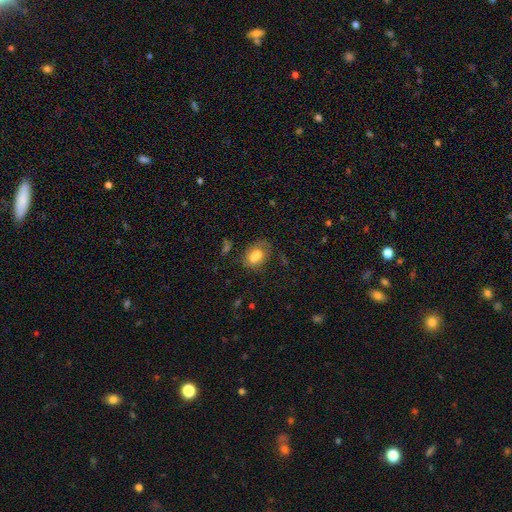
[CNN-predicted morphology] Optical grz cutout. It shows a smooth galaxy with no disk features (62%) that is in between round and cigar-shaped (62%). Merging: merger (48%).